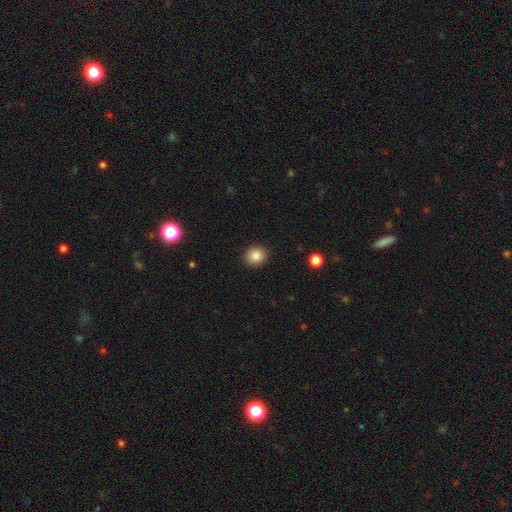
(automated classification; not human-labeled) Smooth or featured? smooth (85%)
How rounded? round (72%)
Merging? none (90%)